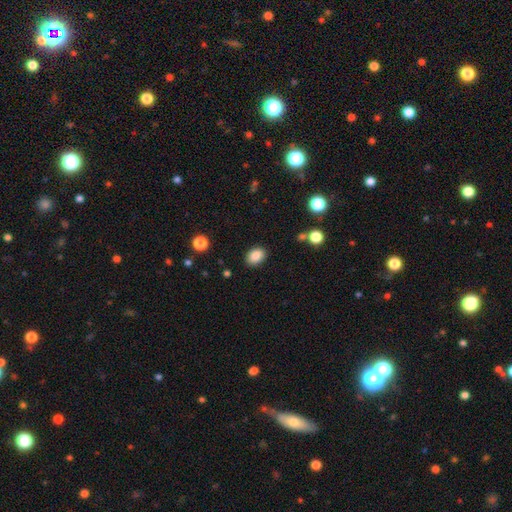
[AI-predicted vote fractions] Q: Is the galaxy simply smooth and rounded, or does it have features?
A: smooth — 87%.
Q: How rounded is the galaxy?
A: in between — 76%.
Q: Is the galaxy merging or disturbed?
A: none — 87%.